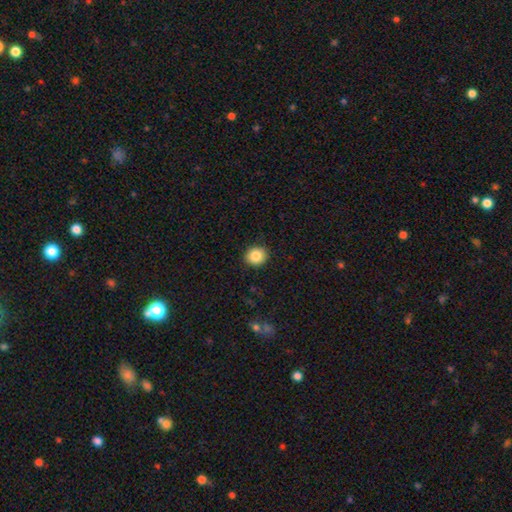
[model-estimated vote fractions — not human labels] A smooth galaxy with no disk features (85%) that is round (81%). Merging: none (90%).